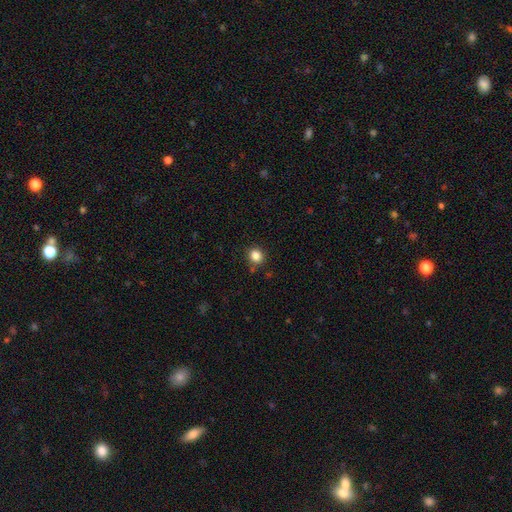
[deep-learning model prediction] A smooth galaxy with no disk features (85%) that is round (84%).

Vote fractions:
- Smooth or featured? smooth: 85% / star or artifact: 12% / featured or disk: 4%
- How rounded? round: 84% / in between: 15% / cigar-shaped: 1%
- Merging? none: 85% / minor disturbance: 9% / merger: 3% / major disturbance: 3%